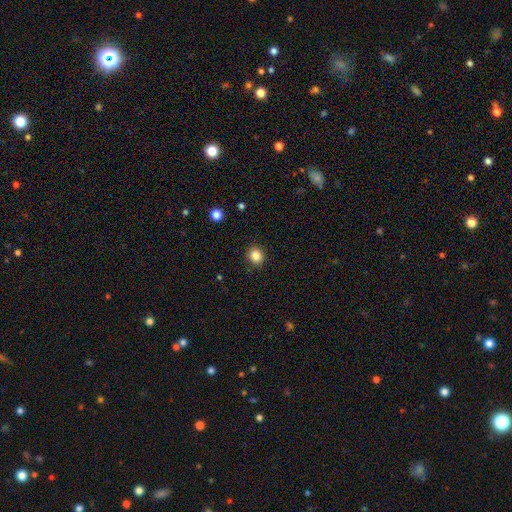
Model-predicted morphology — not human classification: Q: Smooth or featured?
A: smooth (84%); runner-up: star or artifact (11%)
Q: How rounded?
A: round (84%); runner-up: in between (16%)
Q: Merging?
A: none (91%); runner-up: minor disturbance (6%)